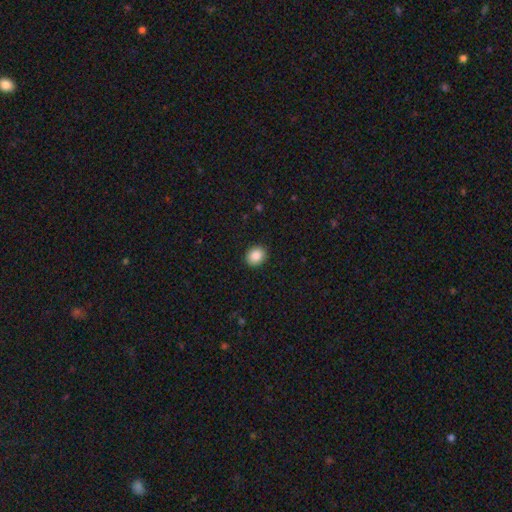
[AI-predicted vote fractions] Smooth or featured? smooth (87%)
How rounded? round (61%)
Merging? none (91%)